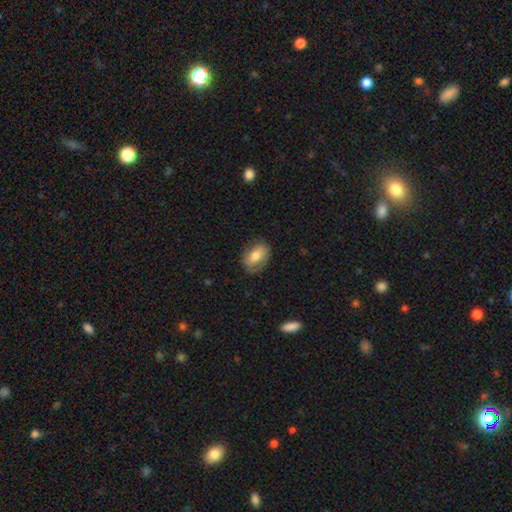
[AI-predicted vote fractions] Q: Smooth or featured?
A: smooth (72%); runner-up: featured or disk (21%)
Q: How rounded?
A: in between (84%); runner-up: round (14%)
Q: Merging?
A: none (76%); runner-up: minor disturbance (18%)